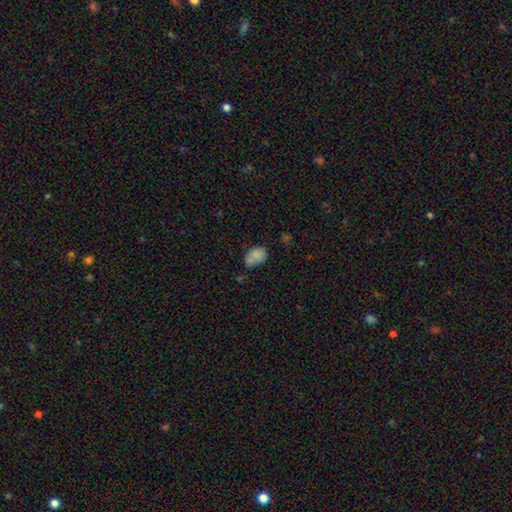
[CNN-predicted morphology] smooth-or-featured: smooth: 80% | star or artifact: 11% | featured or disk: 10%
  how-rounded: in between: 78% | round: 21% | cigar-shaped: 1%
  merging: none: 42% | minor disturbance: 31% | merger: 16% | major disturbance: 11%